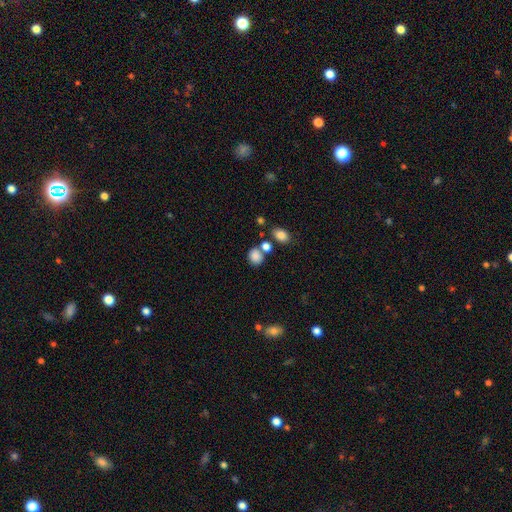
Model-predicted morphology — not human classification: Q: Smooth or featured?
A: smooth (84%); runner-up: star or artifact (10%)
Q: How rounded?
A: round (67%); runner-up: in between (32%)
Q: Merging?
A: none (59%); runner-up: merger (22%)